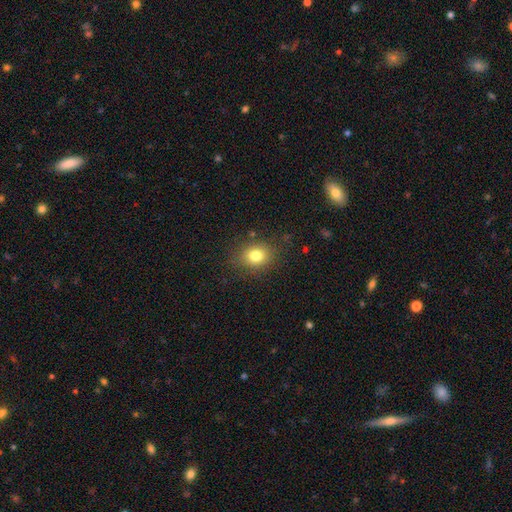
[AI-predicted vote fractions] smooth 79%, star or artifact 12%, featured or disk 9%. Down the decision tree: how rounded — round (53%); merging — none (82%).